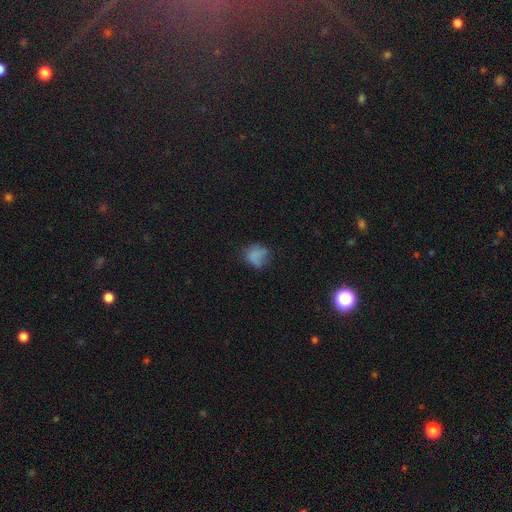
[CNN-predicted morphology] Smooth or featured? smooth (70%)
How rounded? round (60%)
Merging? none (47%)